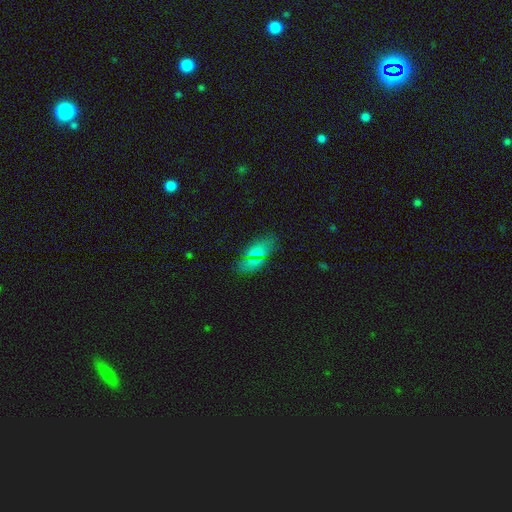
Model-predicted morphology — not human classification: A smooth galaxy with no disk features (65%) that is in between round and cigar-shaped (86%).

Vote fractions:
- Smooth or featured? smooth: 65% / star or artifact: 20% / featured or disk: 15%
- How rounded? in between: 86% / cigar-shaped: 9% / round: 5%
- Merging? none: 85% / minor disturbance: 11% / major disturbance: 3% / merger: 2%